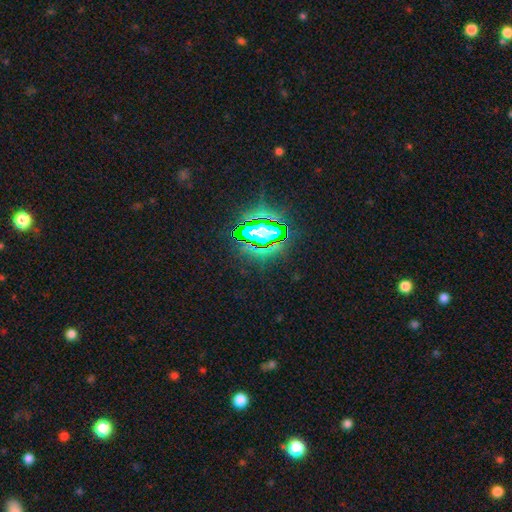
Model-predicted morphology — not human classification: This is clearly a star or artifact rather than a galaxy (83%).